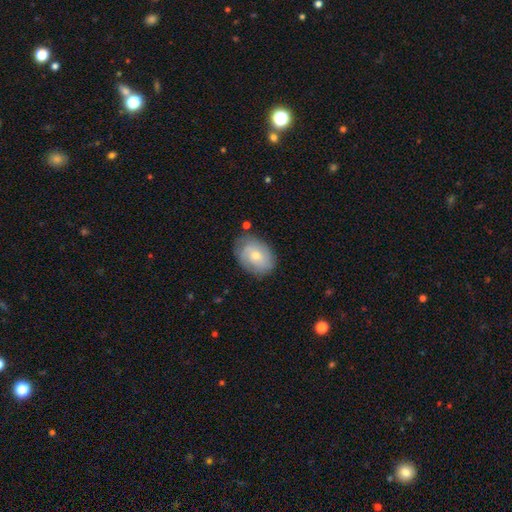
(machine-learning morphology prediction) A featured or disk galaxy (48%). Merging: none (72%).